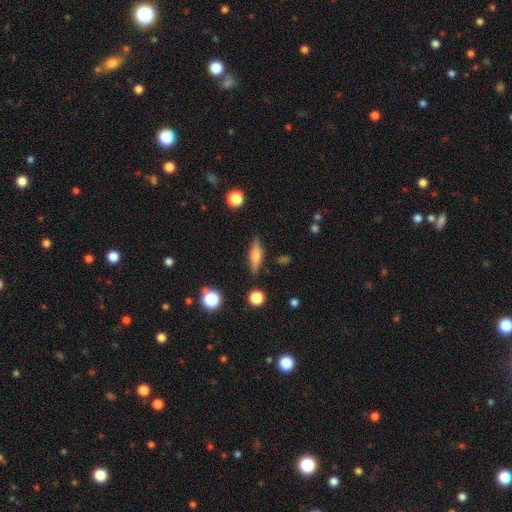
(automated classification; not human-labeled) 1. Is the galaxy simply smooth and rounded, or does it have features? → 48% smooth, 43% featured or disk, 9% star or artifact.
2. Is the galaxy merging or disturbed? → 84% none, 11% minor disturbance, 3% major disturbance, 2% merger.